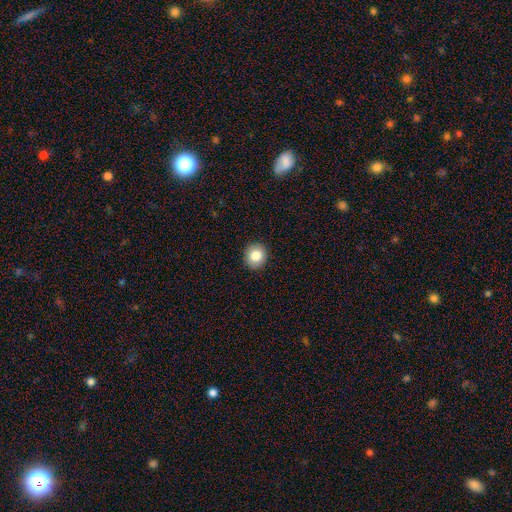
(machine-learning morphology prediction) Smooth or featured?
  - smooth: 83% *
  - star or artifact: 9%
  - featured or disk: 9%
How rounded?
  - round: 80% *
  - in between: 19%
  - cigar-shaped: 1%
Merging?
  - none: 91% *
  - minor disturbance: 6%
  - major disturbance: 2%
  - merger: 1%